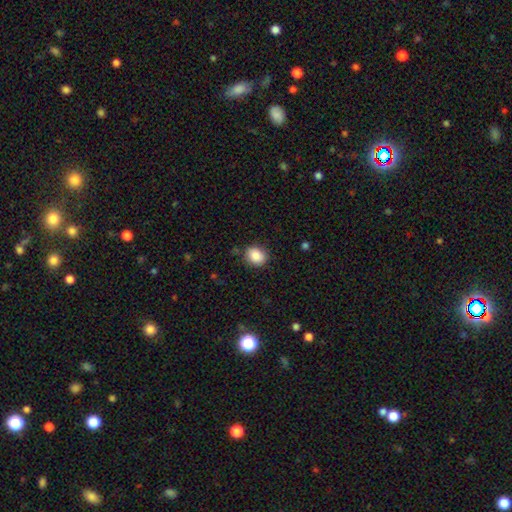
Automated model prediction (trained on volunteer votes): A smooth galaxy with no disk features (86%) that is round (53%). Merging: none (85%).